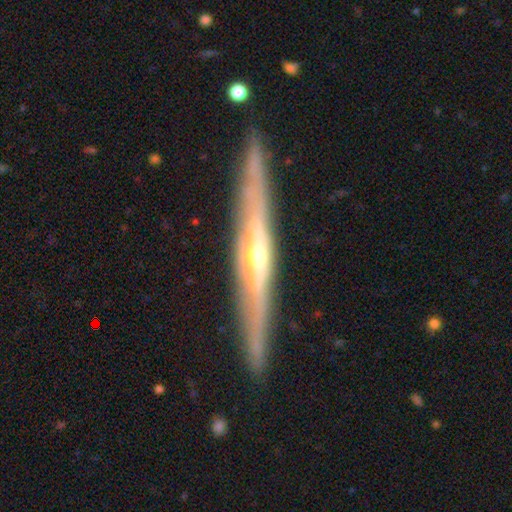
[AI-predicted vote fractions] The model was most divided on "smooth or featured": featured or disk: 81%, smooth: 14%, star or artifact: 5%. More confident: edge-on disk — yes (92%); edge-on bulge — rounded (83%); merging — none (83%).